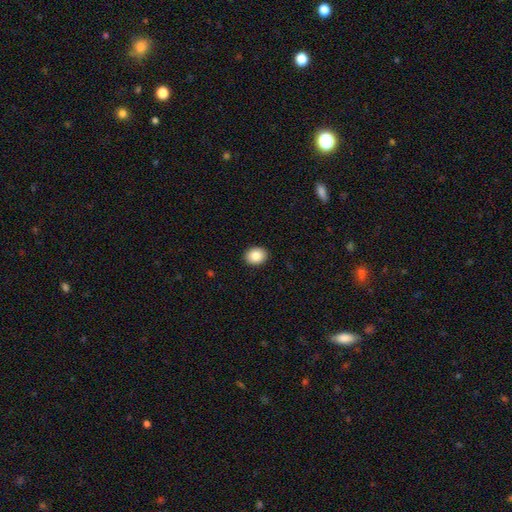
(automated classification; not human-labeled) smooth-or-featured: smooth: 87% | star or artifact: 8% | featured or disk: 5%
  how-rounded: in between: 54% | round: 45% | cigar-shaped: 1%
  merging: none: 92% | minor disturbance: 6% | major disturbance: 2% | merger: 1%